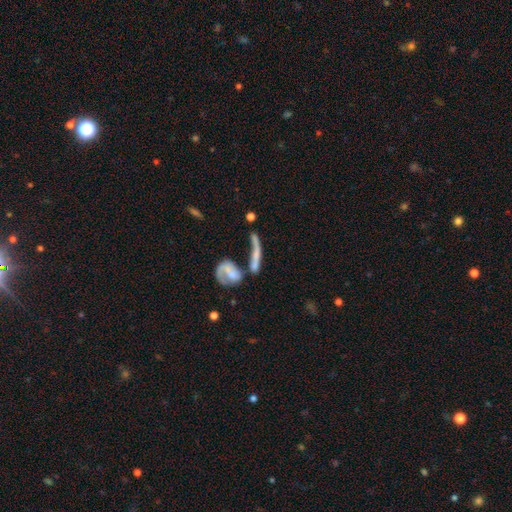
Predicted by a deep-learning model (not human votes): The model was most divided on "smooth or featured": featured or disk: 49%, smooth: 41%, star or artifact: 11%. Remaining: merging — merger (46%).